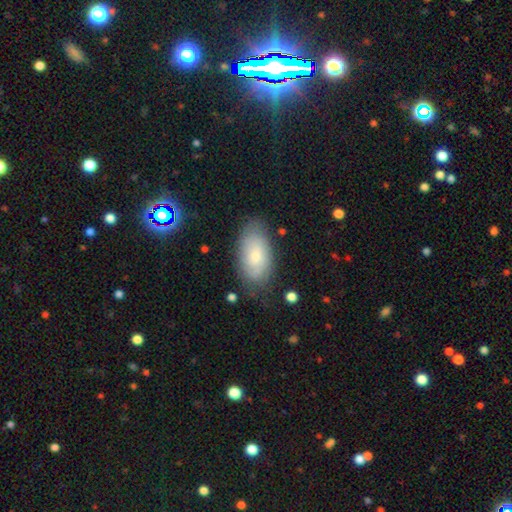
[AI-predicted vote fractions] Q: Smooth or featured?
A: smooth (56%); runner-up: featured or disk (36%)
Q: How rounded?
A: in between (93%); runner-up: round (5%)
Q: Merging?
A: none (73%); runner-up: minor disturbance (20%)